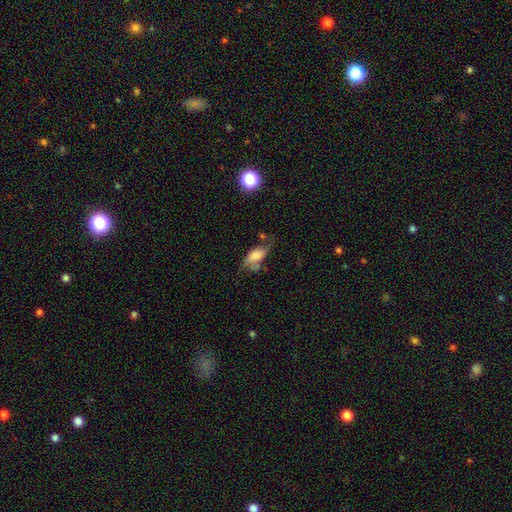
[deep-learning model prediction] This is possibly a smooth galaxy (56%). How rounded: clearly in between (86%). Merging: marginally none (35%).